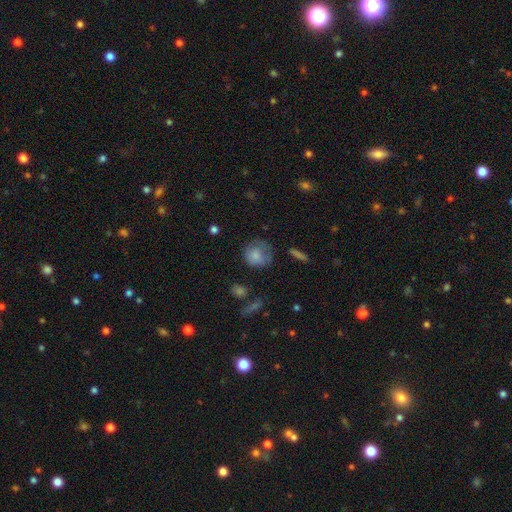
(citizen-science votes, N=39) Smooth or featured? smooth (69%)
How rounded? round (70%)
Merging? none (53%)